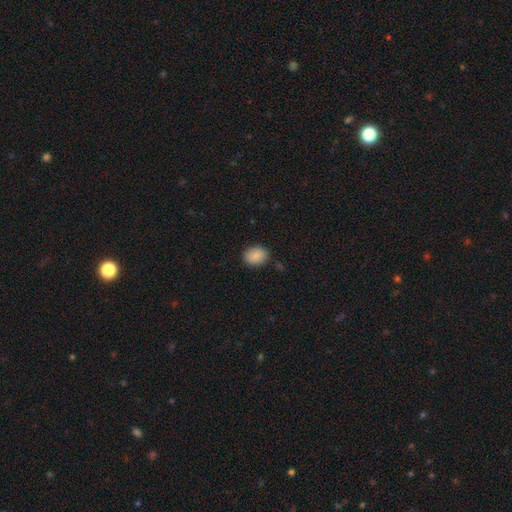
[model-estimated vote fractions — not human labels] A smooth galaxy with no disk features (88%) that is in between round and cigar-shaped (62%). Merging: none (83%).